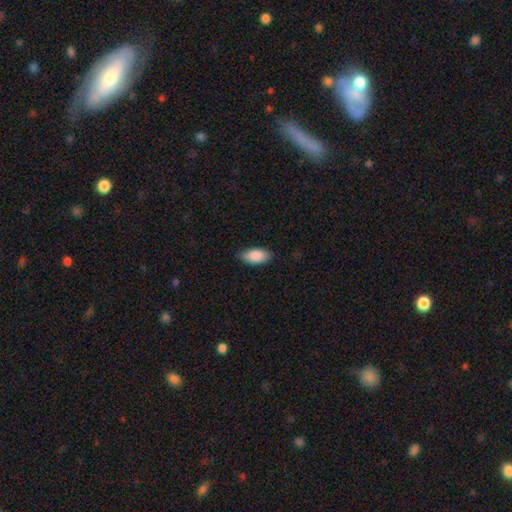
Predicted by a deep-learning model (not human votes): Overall: smooth (88%). How rounded: in between (92%). Merging: none (83%).